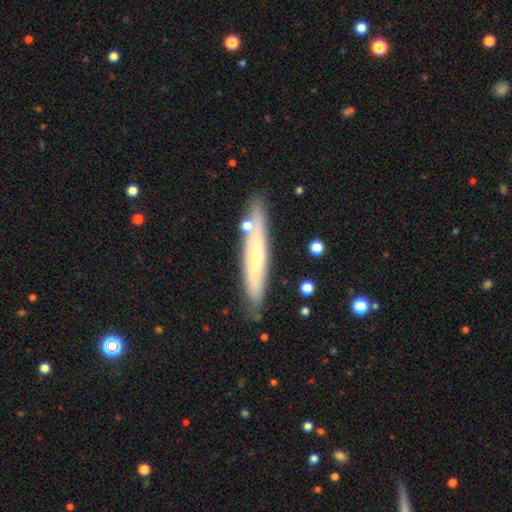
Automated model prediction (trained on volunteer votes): featured or disk 54%, smooth 39%, star or artifact 7%. Down the decision tree: edge-on disk — yes (73%); merging — none (81%).